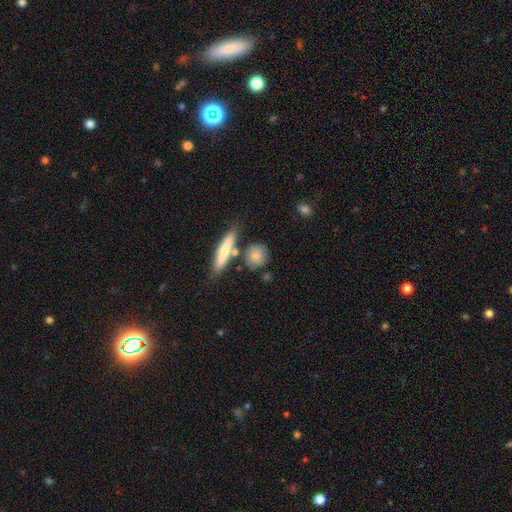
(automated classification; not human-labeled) This appears to be a smooth galaxy with no disk features (75%) that is round (67%). Merging: none (67%).